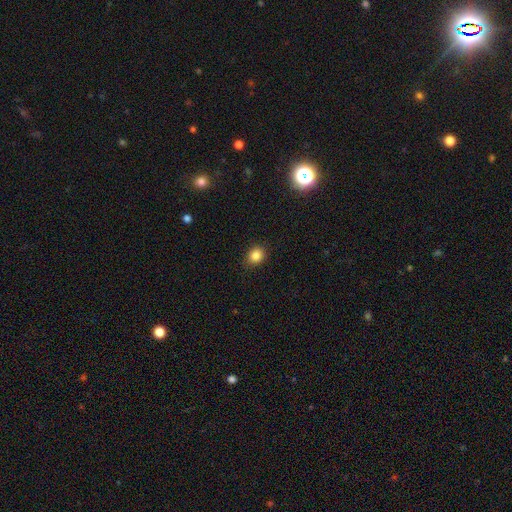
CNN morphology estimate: This appears to be a smooth galaxy with no disk features (85%) that is round (63%). Merging: none (87%).